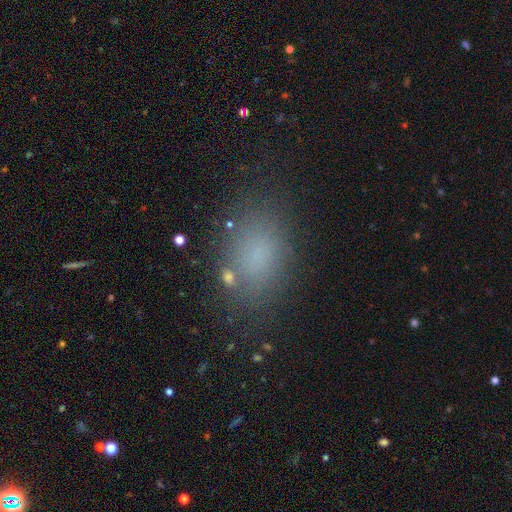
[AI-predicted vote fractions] smooth-or-featured: smooth: 78% | star or artifact: 15% | featured or disk: 7%
  how-rounded: in between: 84% | round: 15% | cigar-shaped: 2%
  merging: none: 81% | minor disturbance: 12% | major disturbance: 5% | merger: 3%